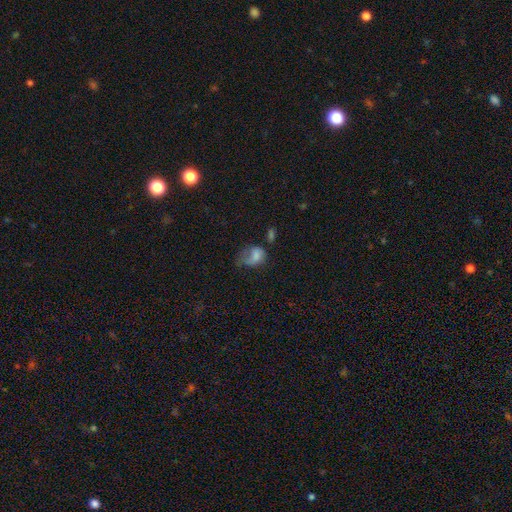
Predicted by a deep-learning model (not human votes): Morphology: type=smooth (70%); roundness=in between (70%); merging=major disturbance (43%).